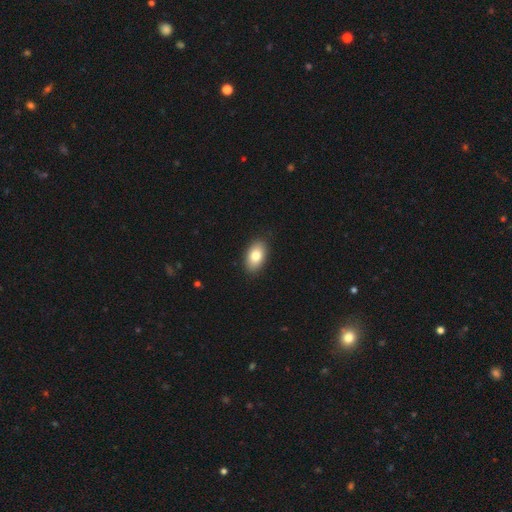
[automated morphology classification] type=smooth (81%); roundness=in between (93%); merging=none (89%).